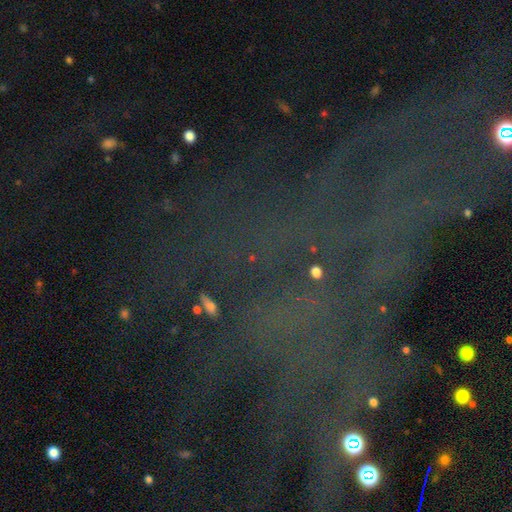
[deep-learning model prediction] This appears to be a star or artifact, not a galaxy (66%).